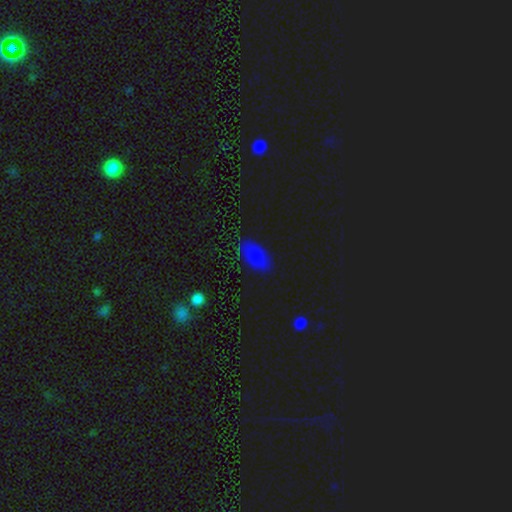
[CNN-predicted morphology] Smooth or featured: smooth — 67% (star or artifact — 19%)
How rounded: in between — 88% (round — 9%)
Merging: none — 79% (minor disturbance — 15%)